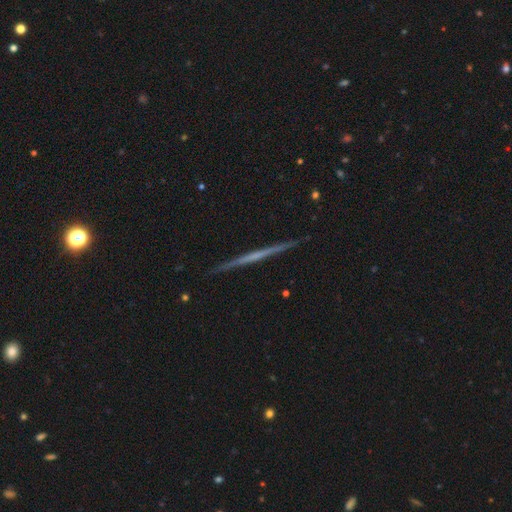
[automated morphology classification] Smooth or featured?
  - featured or disk: 67% *
  - smooth: 27%
  - star or artifact: 6%
Edge-on disk?
  - yes: 98% *
  - no: 2%
Edge-on bulge?
  - none: 86% *
  - rounded: 10%
  - boxy: 5%
Merging?
  - none: 92% *
  - minor disturbance: 5%
  - major disturbance: 1%
  - merger: 1%